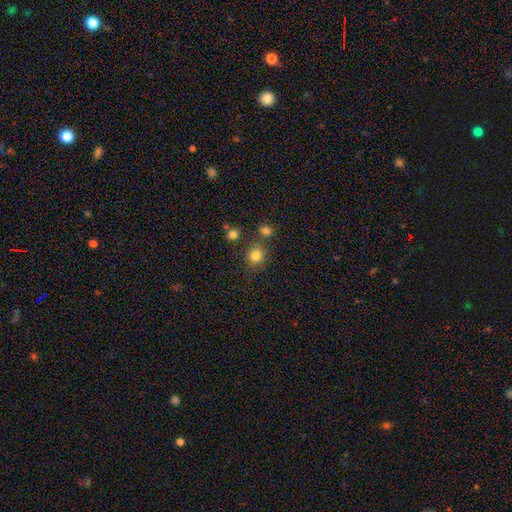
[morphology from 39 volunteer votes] A smooth galaxy with no disk features (92%) that is round (83%).

Vote fractions:
- Smooth or featured? smooth: 92% / star or artifact: 8% / featured or disk: 0%
- How rounded? round: 83% / in between: 14% / cigar-shaped: 3%
- Merging? none: 78% / merger: 11% / minor disturbance: 8% / major disturbance: 3%